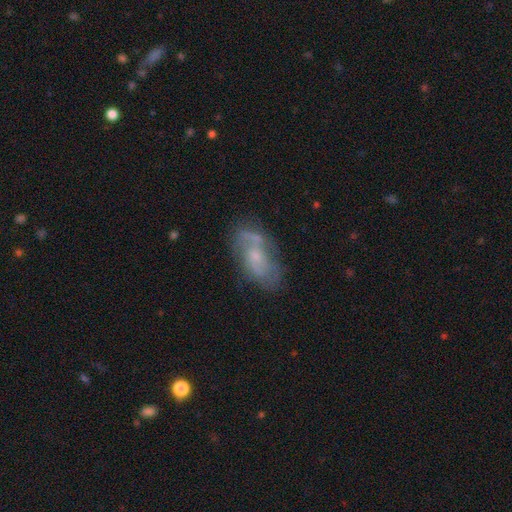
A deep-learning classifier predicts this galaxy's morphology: A featured or disk galaxy (58%) with no bar (71%), spiral arms (65%) and a small central bulge (61%). Merging: none (56%).